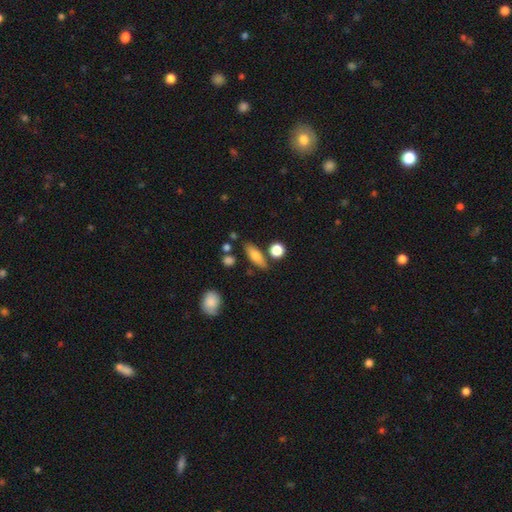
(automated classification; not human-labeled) Smooth or featured?
  - smooth: 69% *
  - featured or disk: 22%
  - star or artifact: 8%
How rounded?
  - in between: 58% *
  - cigar-shaped: 36%
  - round: 6%
Merging?
  - none: 77% *
  - minor disturbance: 13%
  - merger: 7%
  - major disturbance: 4%